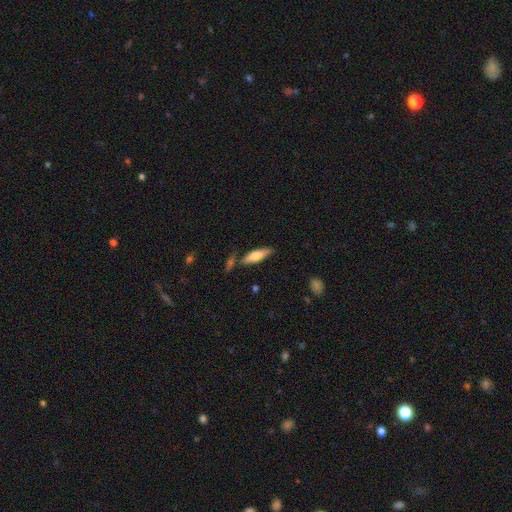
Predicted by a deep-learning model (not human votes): Smooth or featured?
  - smooth: 65% *
  - featured or disk: 29%
  - star or artifact: 6%
How rounded?
  - cigar-shaped: 60% *
  - in between: 38%
  - round: 2%
Merging?
  - none: 72% *
  - minor disturbance: 15%
  - merger: 9%
  - major disturbance: 4%